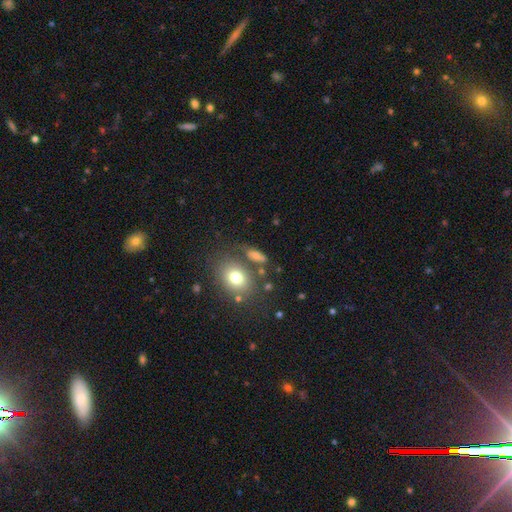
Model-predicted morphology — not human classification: Q: Smooth or featured?
A: smooth (70%); runner-up: featured or disk (16%)
Q: How rounded?
A: in between (67%); runner-up: round (20%)
Q: Merging?
A: none (65%); runner-up: minor disturbance (15%)